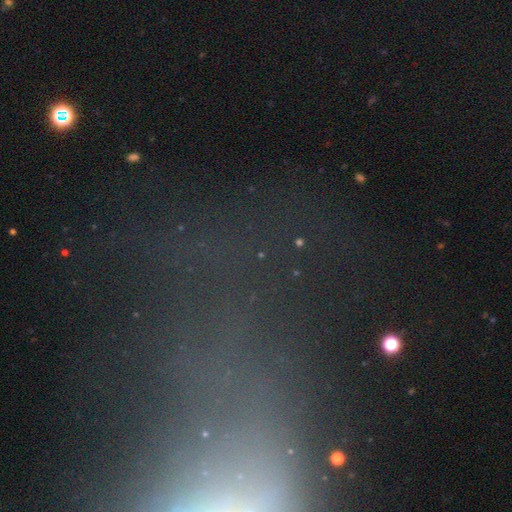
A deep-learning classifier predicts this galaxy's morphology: This appears to be a star or artifact, not a galaxy (59%).